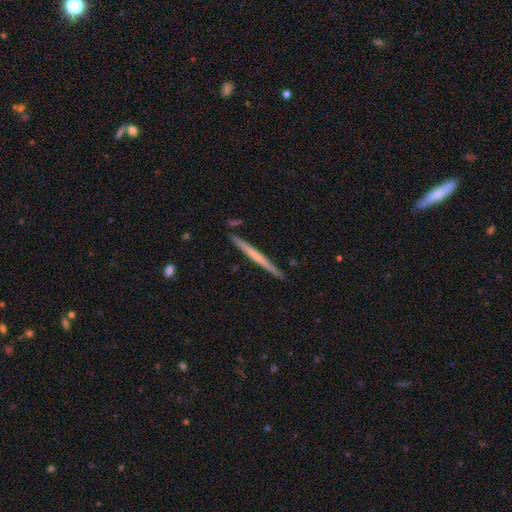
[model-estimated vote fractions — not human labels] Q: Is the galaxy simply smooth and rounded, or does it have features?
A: featured or disk — 52%.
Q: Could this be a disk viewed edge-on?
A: yes — 98%.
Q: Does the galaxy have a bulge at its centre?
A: none — 79%.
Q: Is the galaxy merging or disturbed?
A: none — 90%.